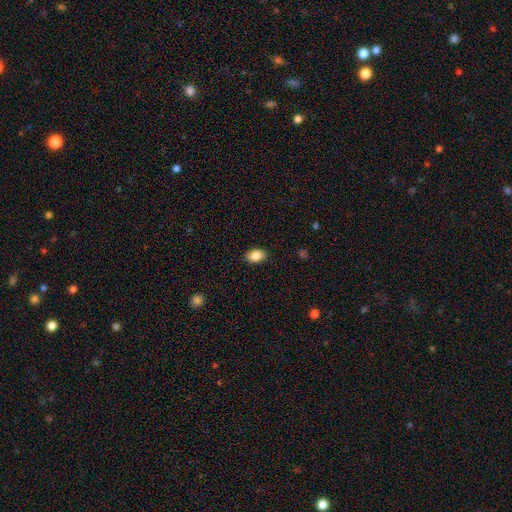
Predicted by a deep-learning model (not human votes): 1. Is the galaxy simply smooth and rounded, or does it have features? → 86% smooth, 8% star or artifact, 6% featured or disk.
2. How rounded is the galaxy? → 87% in between, 12% round, 1% cigar-shaped.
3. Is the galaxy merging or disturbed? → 89% none, 8% minor disturbance, 2% major disturbance, 1% merger.